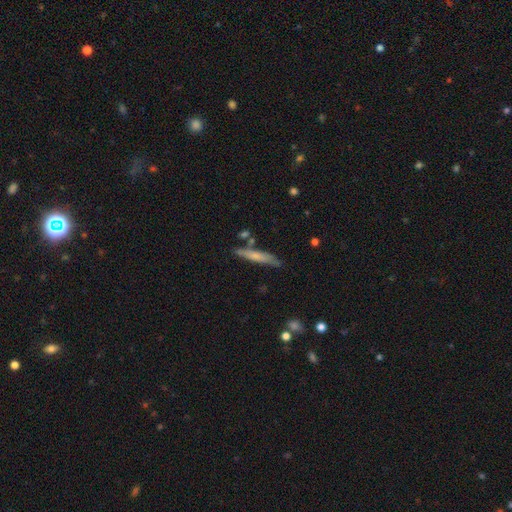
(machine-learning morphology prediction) A smooth galaxy with no disk features (62%) that is cigar-shaped (91%). Merging: none (76%).